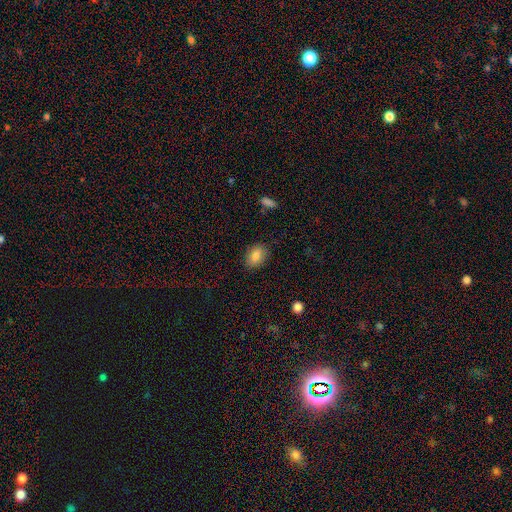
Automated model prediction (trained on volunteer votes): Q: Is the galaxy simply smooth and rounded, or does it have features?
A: smooth — 84%.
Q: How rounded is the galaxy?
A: in between — 79%.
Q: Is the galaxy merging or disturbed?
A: none — 86%.